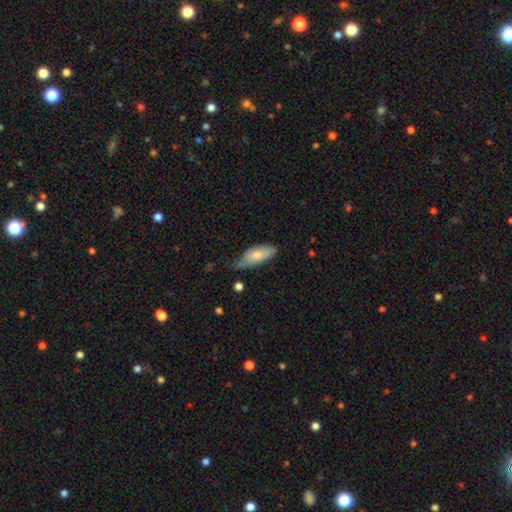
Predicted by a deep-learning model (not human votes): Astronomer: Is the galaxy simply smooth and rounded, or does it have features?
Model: smooth — 68%.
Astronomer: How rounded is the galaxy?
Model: in between — 80%.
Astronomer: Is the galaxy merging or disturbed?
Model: minor disturbance — 42%, tied with none at 42%.